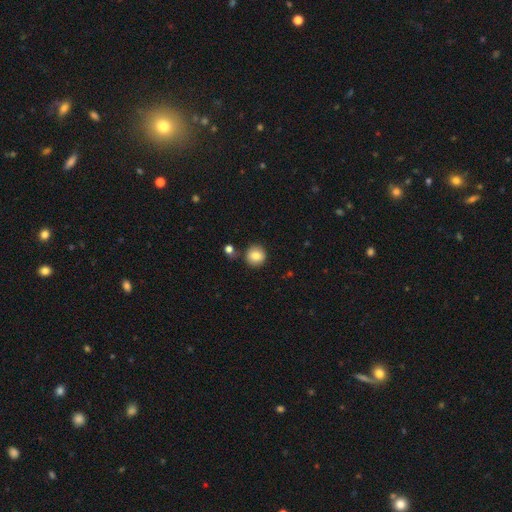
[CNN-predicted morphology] Smooth or featured? Predicted: smooth (p=0.84). How rounded? Predicted: round (p=0.91). Merging? Predicted: none (p=0.83).